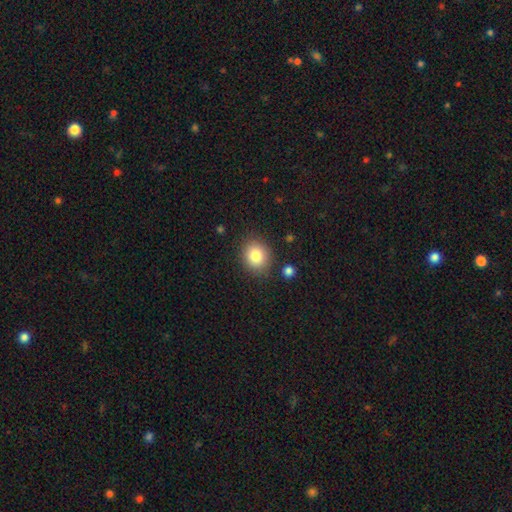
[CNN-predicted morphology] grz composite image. It shows a smooth galaxy with no disk features (84%) that is round (64%). Merging: none (84%).